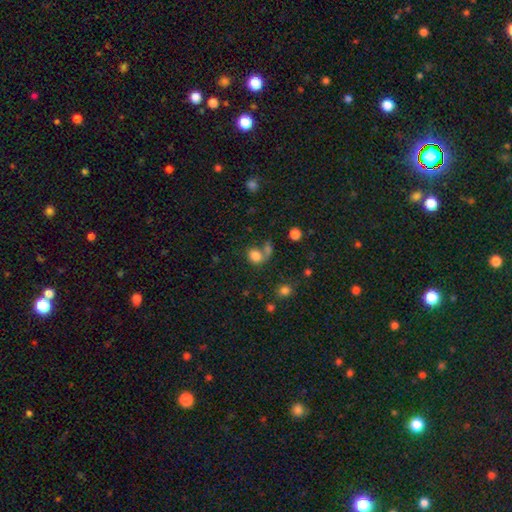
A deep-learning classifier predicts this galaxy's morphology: Q: Smooth or featured?
A: smooth (78%); runner-up: star or artifact (12%)
Q: How rounded?
A: round (60%); runner-up: in between (39%)
Q: Merging?
A: merger (41%); runner-up: none (37%)